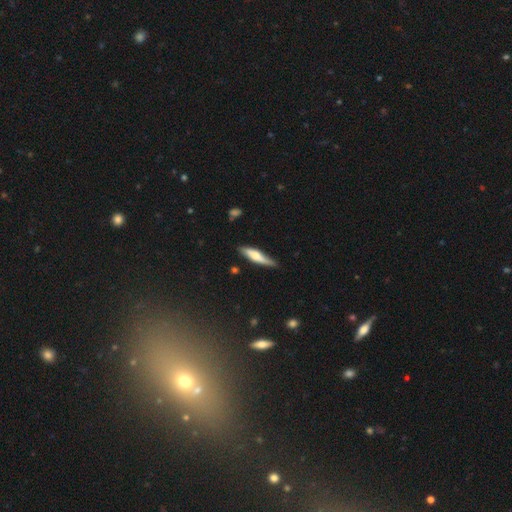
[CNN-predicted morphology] This appears to be a smooth galaxy with no disk features (54%) that is cigar-shaped (80%). Merging: none (71%).